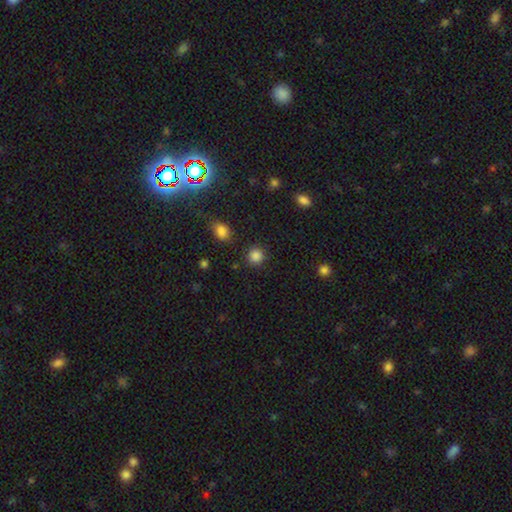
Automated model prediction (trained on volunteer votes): Smooth or featured: smooth — 85% (star or artifact — 12%)
How rounded: round — 91% (in between — 8%)
Merging: none — 88% (minor disturbance — 7%)